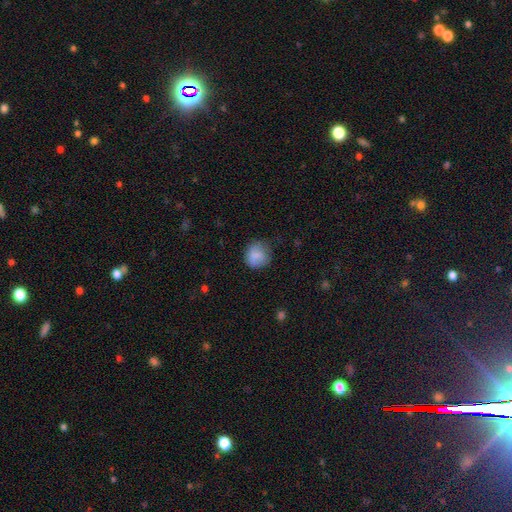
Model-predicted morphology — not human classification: Q: Smooth or featured?
A: smooth (82%); runner-up: featured or disk (9%)
Q: How rounded?
A: round (81%); runner-up: in between (18%)
Q: Merging?
A: none (64%); runner-up: minor disturbance (26%)